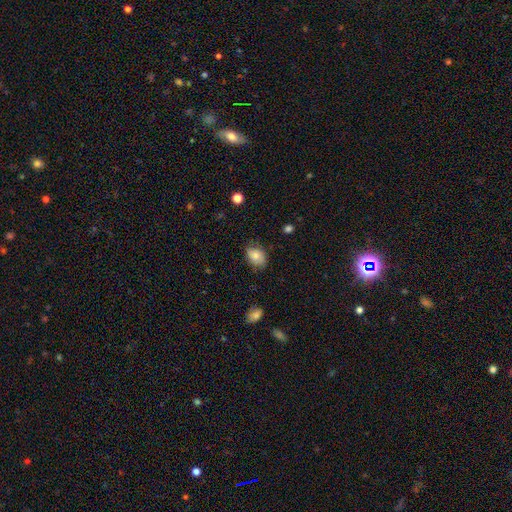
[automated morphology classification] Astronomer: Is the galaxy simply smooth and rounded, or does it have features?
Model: smooth — 79%.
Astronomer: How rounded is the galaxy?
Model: in between — 76%.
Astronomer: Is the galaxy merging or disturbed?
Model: none — 72%.